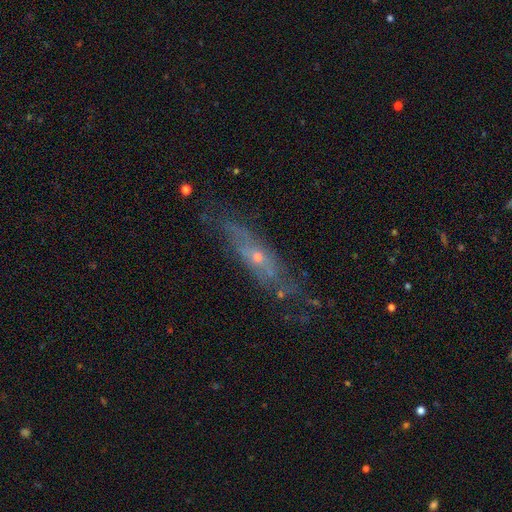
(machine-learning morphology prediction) This is likely a featured or disk galaxy (61%). It is possibly not viewed edge-on (52%). Merging: likely none (66%).